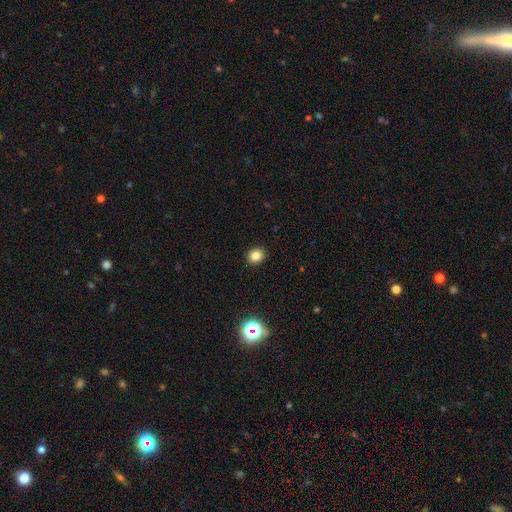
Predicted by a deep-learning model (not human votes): Q: Smooth or featured?
A: smooth (81%); runner-up: star or artifact (13%)
Q: How rounded?
A: round (73%); runner-up: in between (26%)
Q: Merging?
A: none (92%); runner-up: minor disturbance (5%)